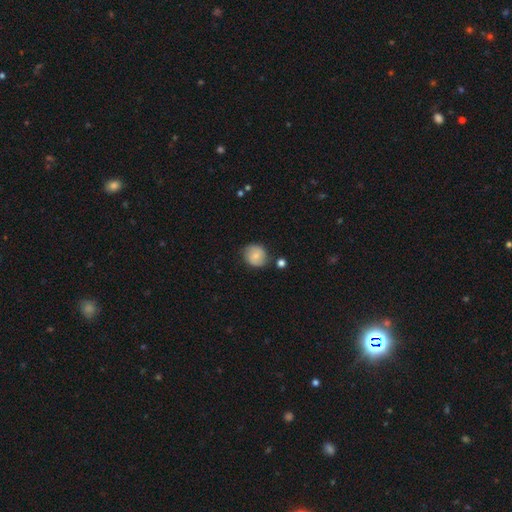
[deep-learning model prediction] smooth 69%, featured or disk 22%, star or artifact 8%. Down the decision tree: how rounded — round (80%); merging — none (74%).